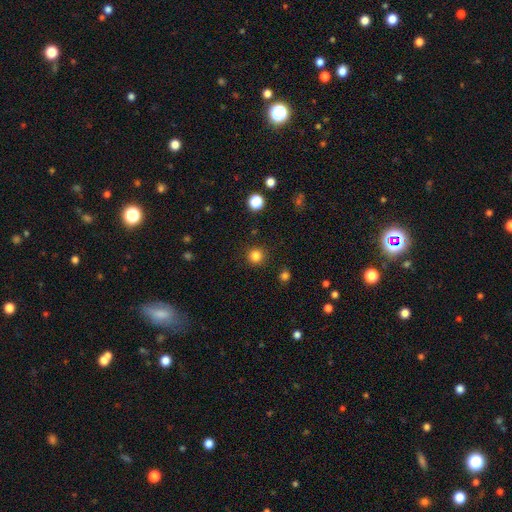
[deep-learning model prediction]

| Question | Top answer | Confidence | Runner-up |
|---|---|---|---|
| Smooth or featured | smooth | 83% | star or artifact (13%) |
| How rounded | round | 95% | in between (5%) |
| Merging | none | 91% | minor disturbance (5%) |